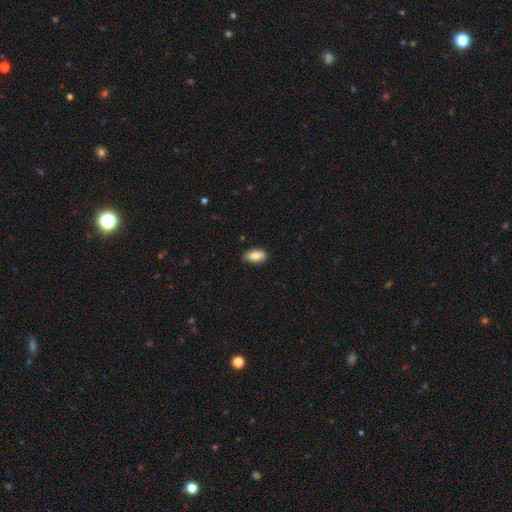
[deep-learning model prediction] smooth 84%, featured or disk 9%, star or artifact 7%. Down the decision tree: how rounded — in between (91%); merging — none (84%).